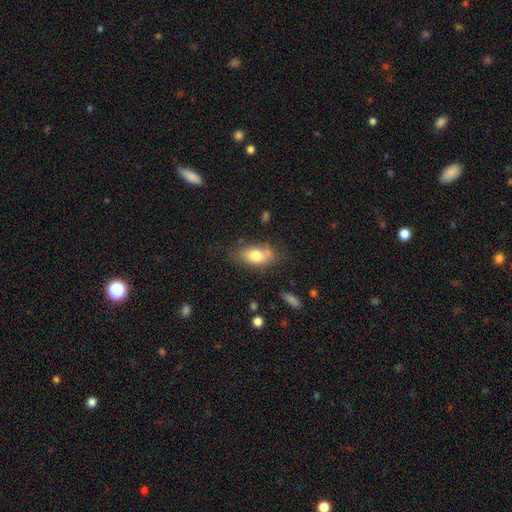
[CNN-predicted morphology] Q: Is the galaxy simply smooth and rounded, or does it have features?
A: smooth — 76%.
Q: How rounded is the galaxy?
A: in between — 87%.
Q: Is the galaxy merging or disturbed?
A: none — 64%.